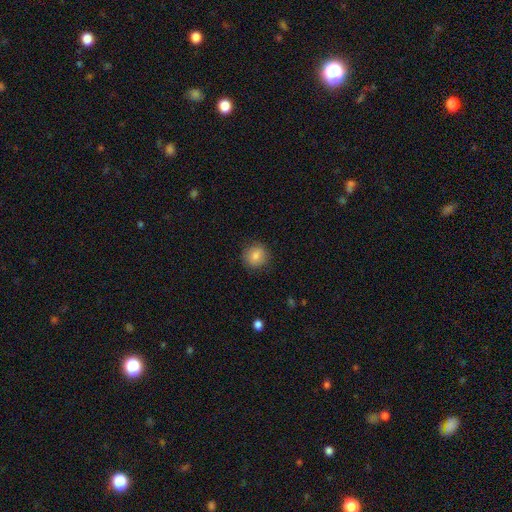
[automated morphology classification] smooth-or-featured: smooth: 83% | star or artifact: 9% | featured or disk: 8%
  how-rounded: round: 89% | in between: 10% | cigar-shaped: 1%
  merging: none: 88% | minor disturbance: 8% | major disturbance: 2% | merger: 1%